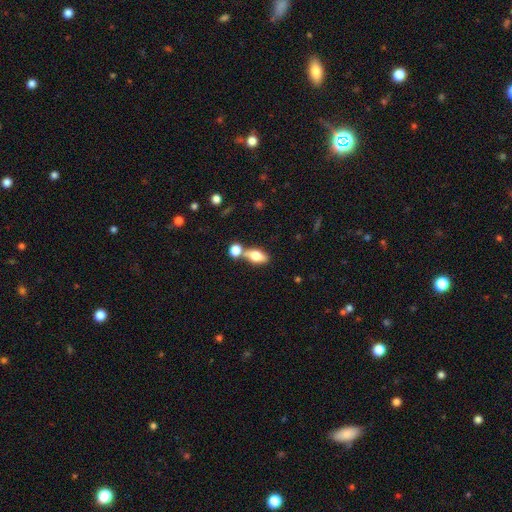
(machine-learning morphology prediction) smooth 70%, featured or disk 22%, star or artifact 8%. Down the decision tree: how rounded — in between (80%); merging — none (52%).